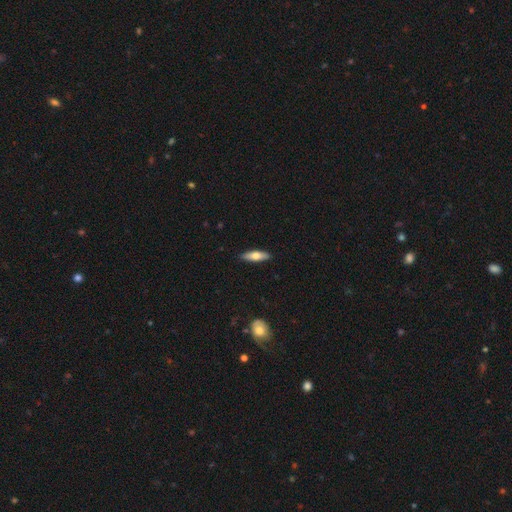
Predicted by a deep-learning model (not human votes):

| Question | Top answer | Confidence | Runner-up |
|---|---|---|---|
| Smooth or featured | smooth | 64% | featured or disk (30%) |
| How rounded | cigar-shaped | 54% | in between (43%) |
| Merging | none | 89% | minor disturbance (8%) |